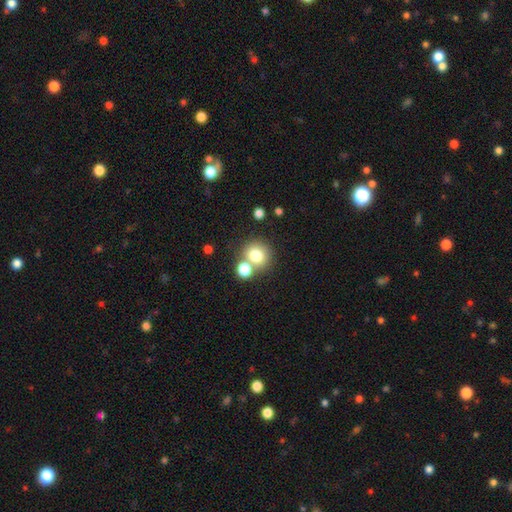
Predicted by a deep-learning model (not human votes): smooth 77%, star or artifact 12%, featured or disk 11%. Down the decision tree: how rounded — round (84%); merging — none (55%).